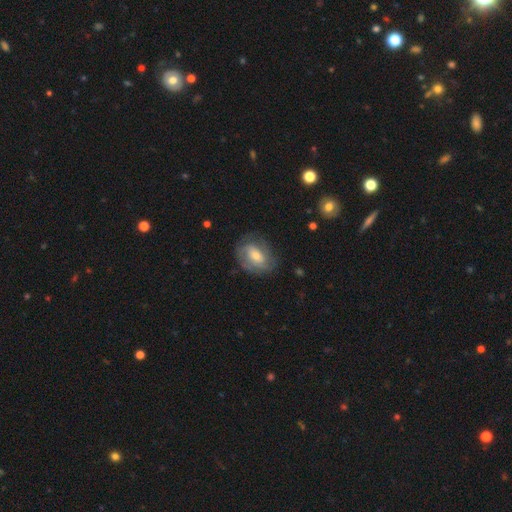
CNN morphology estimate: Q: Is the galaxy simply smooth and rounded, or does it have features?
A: featured or disk — 57%.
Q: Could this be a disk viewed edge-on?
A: no — 95%.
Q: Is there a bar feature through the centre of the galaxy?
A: no — 44%.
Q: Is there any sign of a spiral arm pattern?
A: yes — 76%.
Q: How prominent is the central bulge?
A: moderate — 53%.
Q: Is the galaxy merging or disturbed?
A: none — 69%.